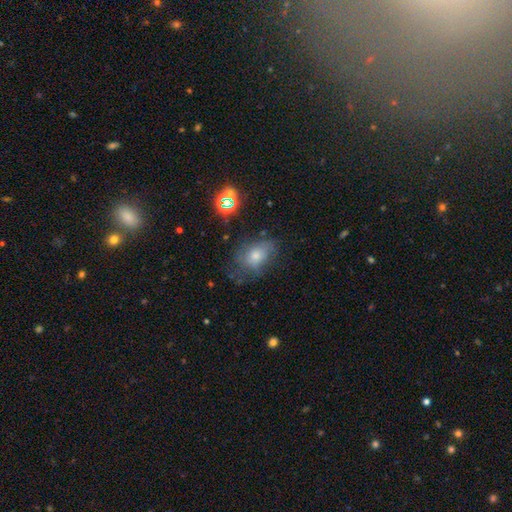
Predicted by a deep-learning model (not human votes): Overall: smooth (46%; featured or disk 34%). Merging: none (55%; minor disturbance 26%).